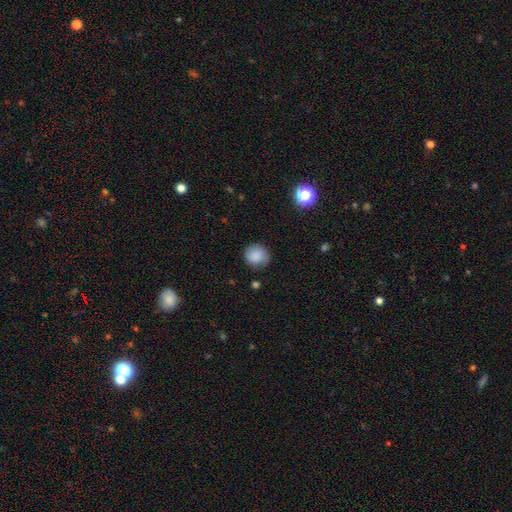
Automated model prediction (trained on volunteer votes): A smooth galaxy with no disk features (81%) that is round (86%). Merging: none (75%).